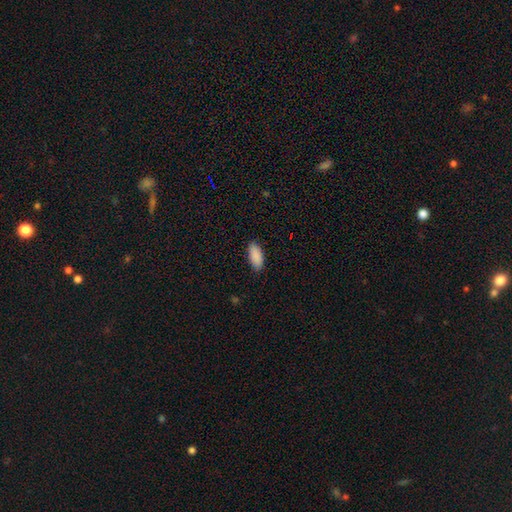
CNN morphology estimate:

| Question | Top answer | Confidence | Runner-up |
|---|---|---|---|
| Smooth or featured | smooth | 91% | star or artifact (6%) |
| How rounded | in between | 89% | cigar-shaped (9%) |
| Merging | none | 88% | minor disturbance (10%) |